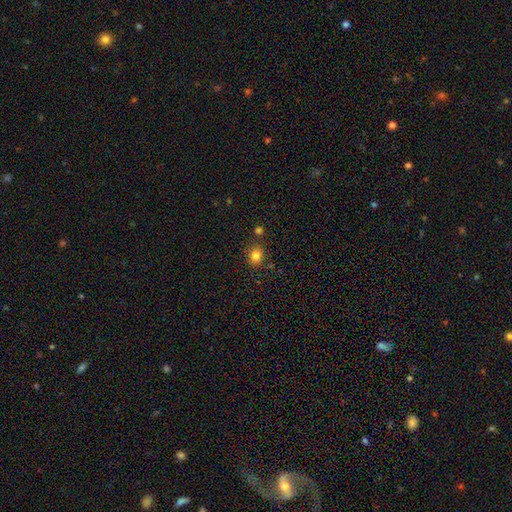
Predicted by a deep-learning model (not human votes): Morphology: type=smooth (82%); roundness=round (60%); merging=none (79%).